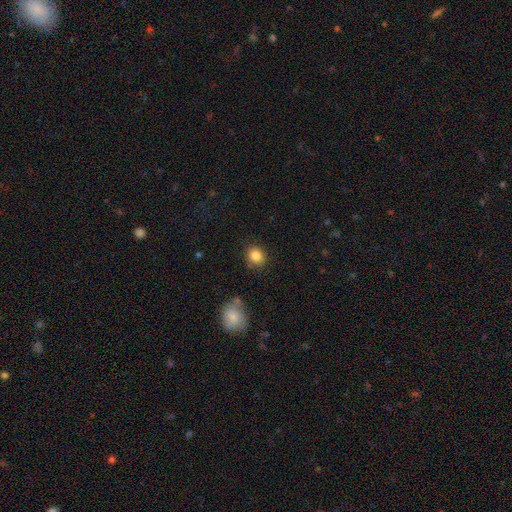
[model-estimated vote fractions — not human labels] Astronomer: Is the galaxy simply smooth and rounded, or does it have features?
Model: smooth — 85%.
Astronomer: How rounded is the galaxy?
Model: round — 67%.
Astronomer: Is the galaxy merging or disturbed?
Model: none — 83%.